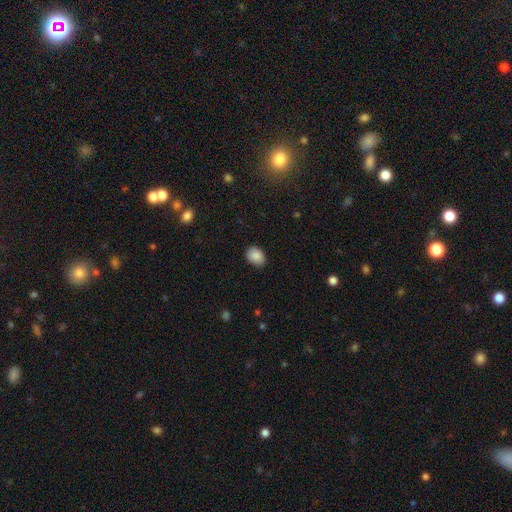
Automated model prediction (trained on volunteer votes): This appears to be a smooth galaxy with no disk features (88%) that is in between round and cigar-shaped (70%). Merging: none (85%).